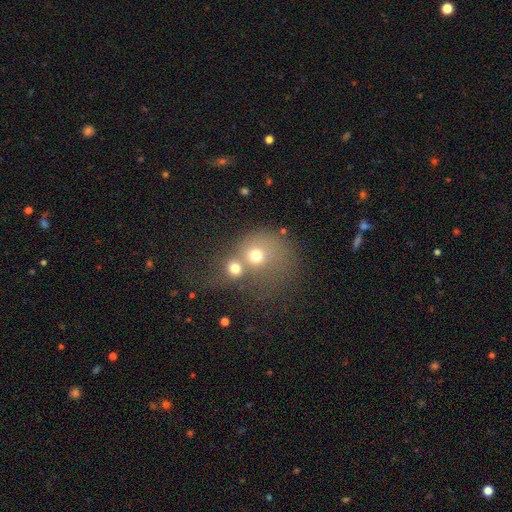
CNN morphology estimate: This is likely a smooth galaxy (63%). How rounded: likely round (74%). Merging: likely merger (61%).